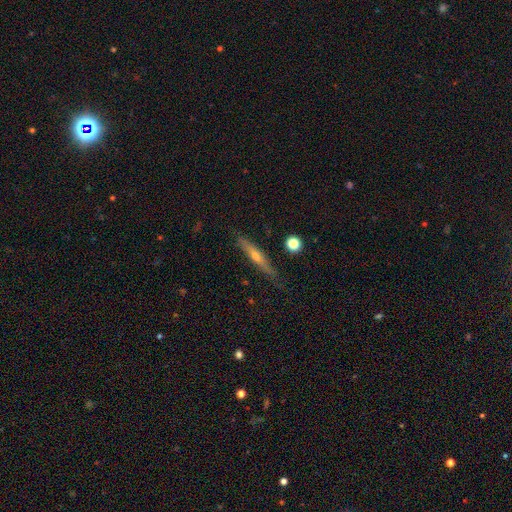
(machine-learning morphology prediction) A featured or disk galaxy (61%) viewed edge-on (95%) with a rounded central bulge (78%).

Vote fractions:
- Smooth or featured? featured or disk: 61% / smooth: 32% / star or artifact: 7%
- Edge-on disk? yes: 95% / no: 5%
- Edge-on bulge? rounded: 78% / none: 19% / boxy: 3%
- Merging? none: 82% / minor disturbance: 14% / major disturbance: 2% / merger: 2%